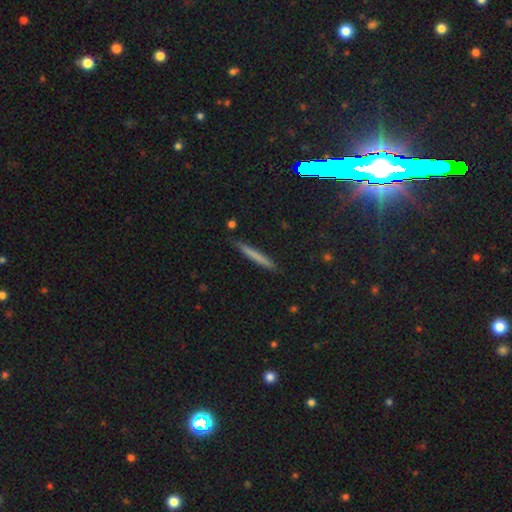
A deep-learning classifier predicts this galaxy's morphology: smooth_or_featured: smooth (p=0.68) [alt: featured or disk p=0.23]
how_rounded: cigar-shaped (p=0.96) [alt: in between p=0.03]
merging: none (p=0.88) [alt: minor disturbance p=0.09]